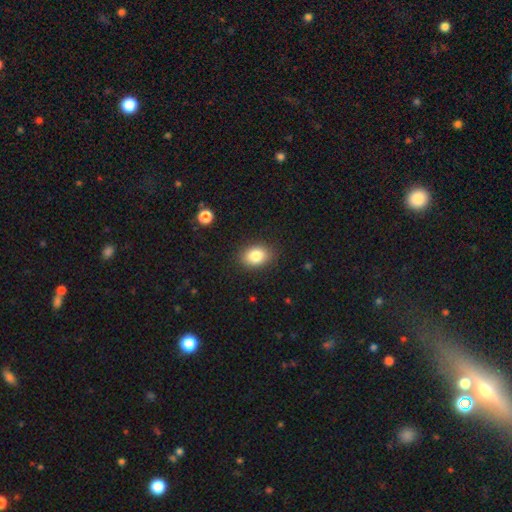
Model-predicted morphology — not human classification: type=smooth (84%); roundness=in between (68%); merging=none (87%).